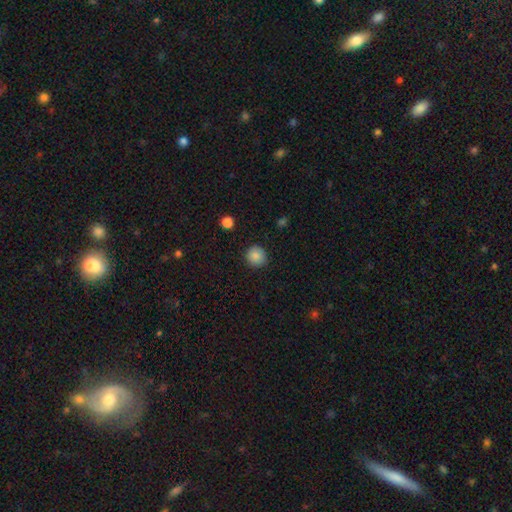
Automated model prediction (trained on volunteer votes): Smooth or featured? smooth (86%)
How rounded? round (94%)
Merging? none (91%)